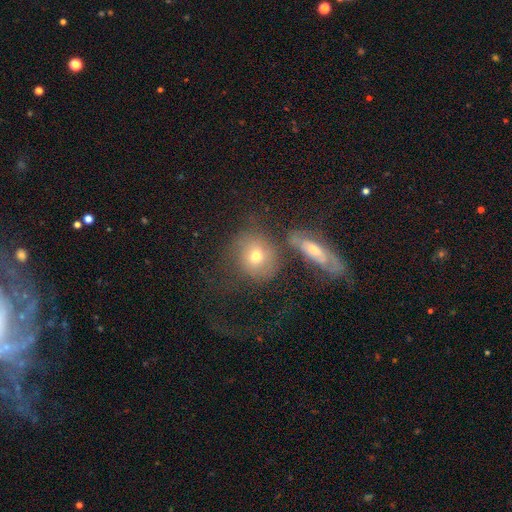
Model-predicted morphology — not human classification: Overall: smooth (62%; featured or disk 27%). How rounded: round (77%). Merging: none (50%; merger 27%).